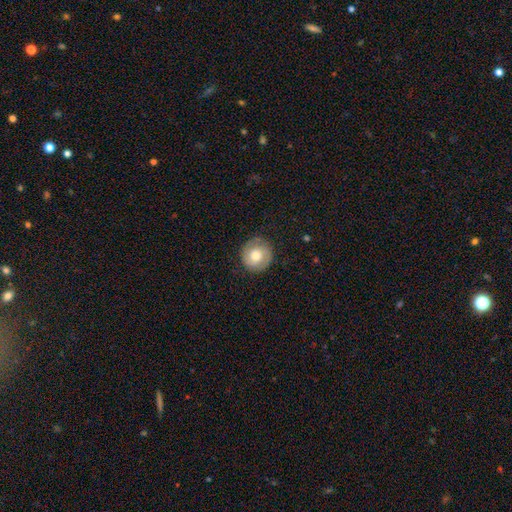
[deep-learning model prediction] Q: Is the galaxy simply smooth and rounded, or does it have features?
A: smooth — 50%.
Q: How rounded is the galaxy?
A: round — 92%.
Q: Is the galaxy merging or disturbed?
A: none — 84%.